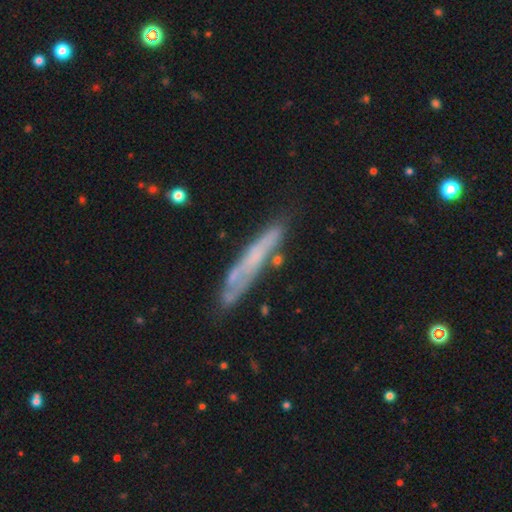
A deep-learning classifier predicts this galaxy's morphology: Smooth or featured? featured or disk (53%)
Edge-on disk? yes (69%)
Merging? none (68%)